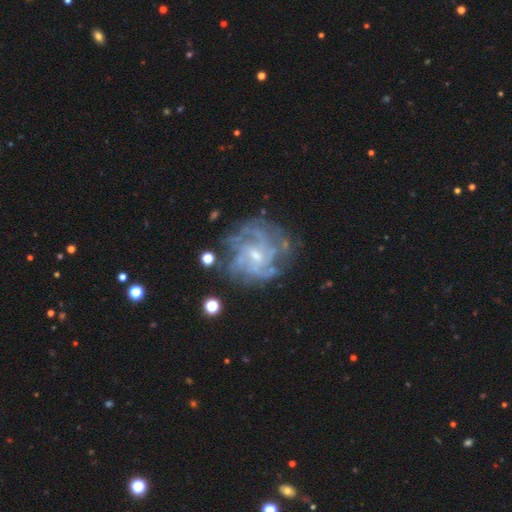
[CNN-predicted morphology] This appears to be a featured or disk galaxy (86%) with no bar (48%), tight (52%) spiral arms (95%) and a small central bulge (65%). Merging: none (70%).